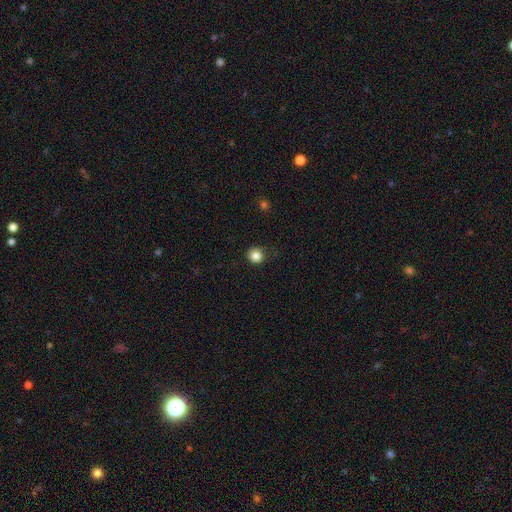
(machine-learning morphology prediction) Smooth or featured: smooth — 83% (star or artifact — 11%)
How rounded: round — 91% (in between — 8%)
Merging: none — 84% (minor disturbance — 12%)